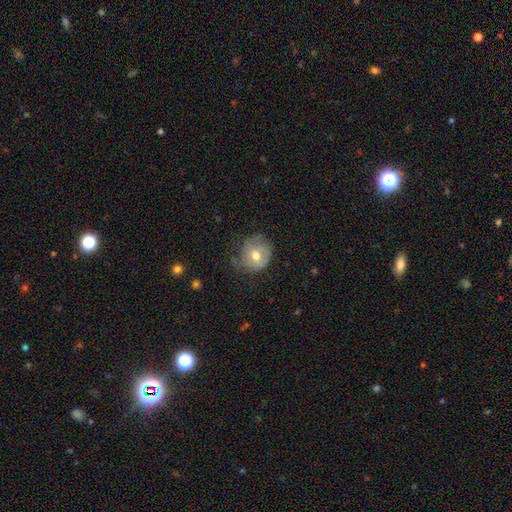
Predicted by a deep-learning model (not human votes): Overall: smooth (52%; featured or disk 40%). How rounded: round (77%). Merging: none (55%; minor disturbance 31%).